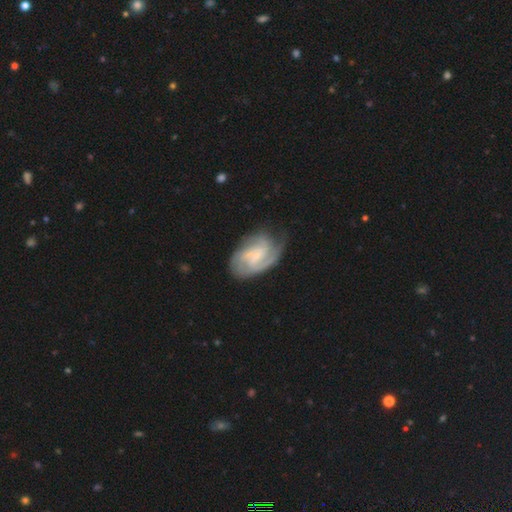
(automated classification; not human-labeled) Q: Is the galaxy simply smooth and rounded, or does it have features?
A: featured or disk — 81%.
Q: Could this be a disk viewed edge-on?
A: no — 98%.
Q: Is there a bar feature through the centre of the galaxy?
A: weak — 50%.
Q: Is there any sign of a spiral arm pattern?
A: yes — 96%.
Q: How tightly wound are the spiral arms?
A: tight — 46%.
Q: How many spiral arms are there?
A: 3 — 30%.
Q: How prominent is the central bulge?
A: small — 61%.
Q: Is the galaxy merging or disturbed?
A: none — 66%.